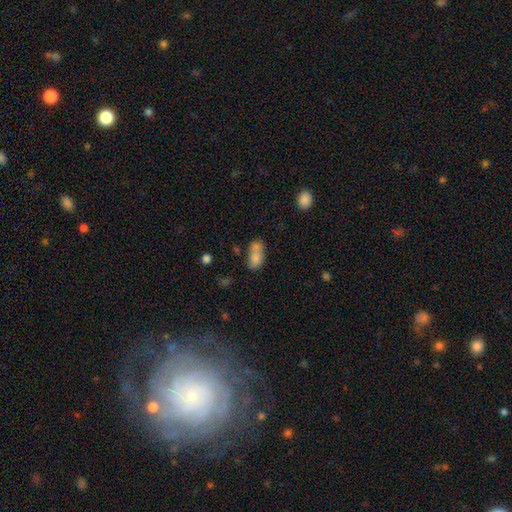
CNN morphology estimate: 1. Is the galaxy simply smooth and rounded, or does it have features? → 76% smooth, 14% featured or disk, 10% star or artifact.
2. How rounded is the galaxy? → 85% in between, 10% round, 5% cigar-shaped.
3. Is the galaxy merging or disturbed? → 46% merger, 33% none, 15% minor disturbance, 7% major disturbance.